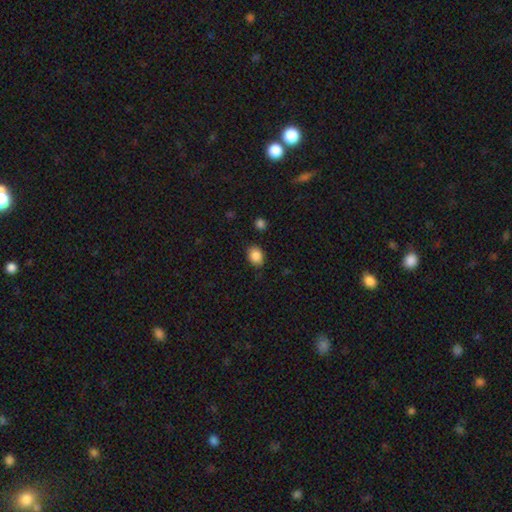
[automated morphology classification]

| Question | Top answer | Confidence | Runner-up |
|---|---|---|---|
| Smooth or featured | smooth | 87% | star or artifact (9%) |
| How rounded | in between | 64% | round (35%) |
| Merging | none | 82% | minor disturbance (13%) |